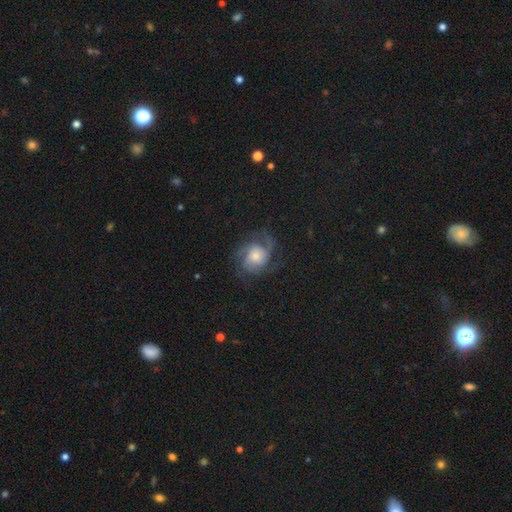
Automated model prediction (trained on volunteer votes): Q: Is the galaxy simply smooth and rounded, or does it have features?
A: featured or disk — 76%.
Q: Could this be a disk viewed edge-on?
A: no — 98%.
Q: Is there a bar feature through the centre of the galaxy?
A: no — 75%.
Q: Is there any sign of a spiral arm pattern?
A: yes — 95%.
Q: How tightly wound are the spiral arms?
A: medium — 47%.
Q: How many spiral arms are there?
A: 3 — 40%.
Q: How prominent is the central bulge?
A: moderate — 45%.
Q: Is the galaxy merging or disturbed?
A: none — 66%.